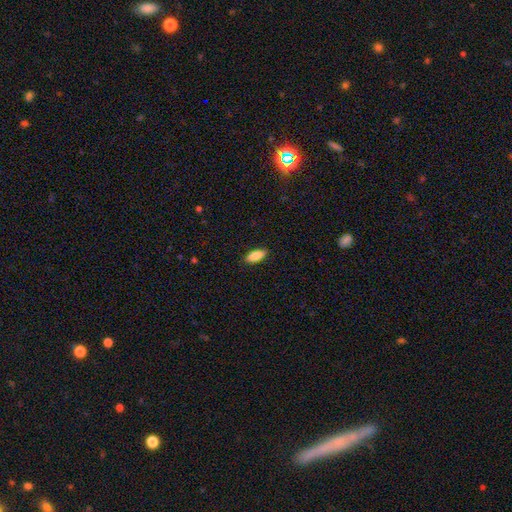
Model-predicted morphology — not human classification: smooth-or-featured: smooth: 89% | star or artifact: 6% | featured or disk: 5%
  how-rounded: in between: 82% | cigar-shaped: 15% | round: 2%
  merging: none: 88% | minor disturbance: 9% | major disturbance: 2% | merger: 1%